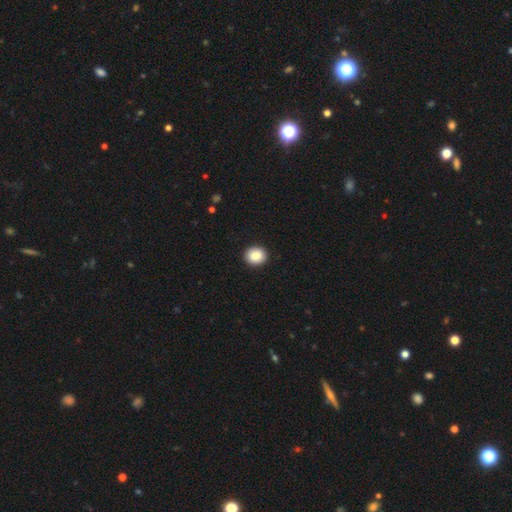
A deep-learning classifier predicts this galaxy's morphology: smooth-or-featured: smooth: 86% | star or artifact: 8% | featured or disk: 6%
  how-rounded: round: 77% | in between: 22% | cigar-shaped: 1%
  merging: none: 93% | minor disturbance: 5% | major disturbance: 1% | merger: 1%